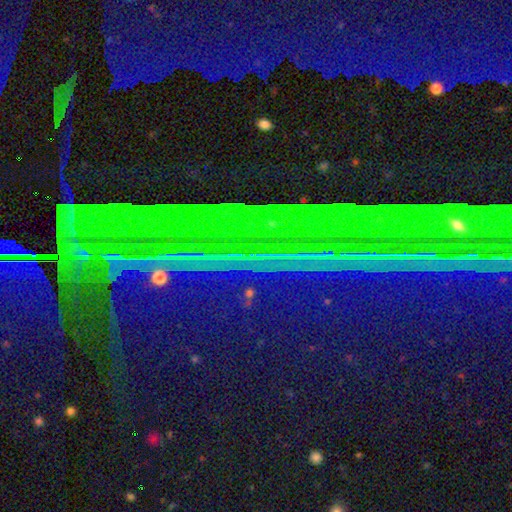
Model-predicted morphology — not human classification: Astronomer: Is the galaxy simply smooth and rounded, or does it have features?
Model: star or artifact — 87%.